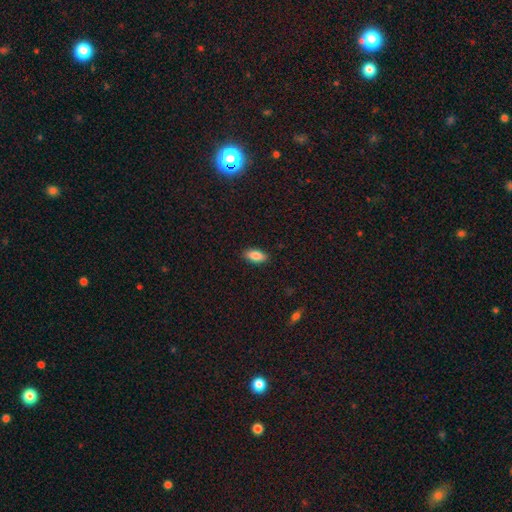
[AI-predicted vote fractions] A smooth galaxy with no disk features (85%) that is in between round and cigar-shaped (88%).

Vote fractions:
- Smooth or featured? smooth: 85% / featured or disk: 7% / star or artifact: 7%
- How rounded? in between: 88% / cigar-shaped: 9% / round: 3%
- Merging? none: 89% / minor disturbance: 8% / major disturbance: 2% / merger: 1%